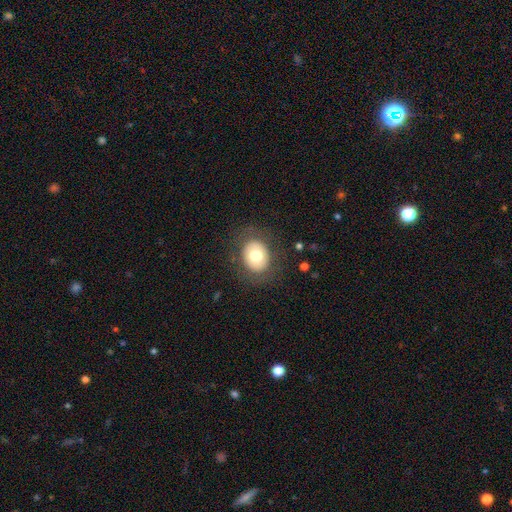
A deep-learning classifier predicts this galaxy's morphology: This appears to be a smooth galaxy with no disk features (72%) that is round (56%). Merging: none (81%).